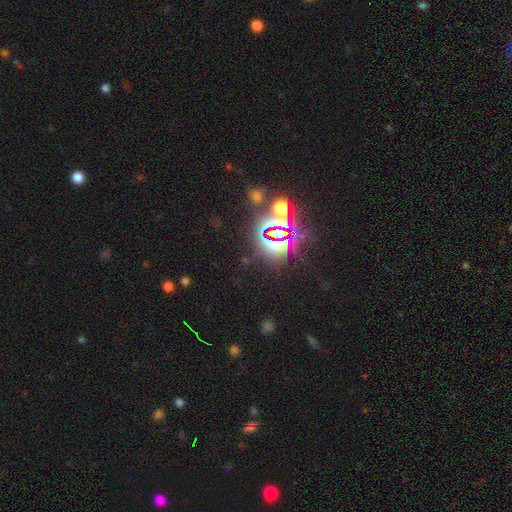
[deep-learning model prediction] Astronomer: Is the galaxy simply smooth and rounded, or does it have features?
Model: star or artifact — 82%.